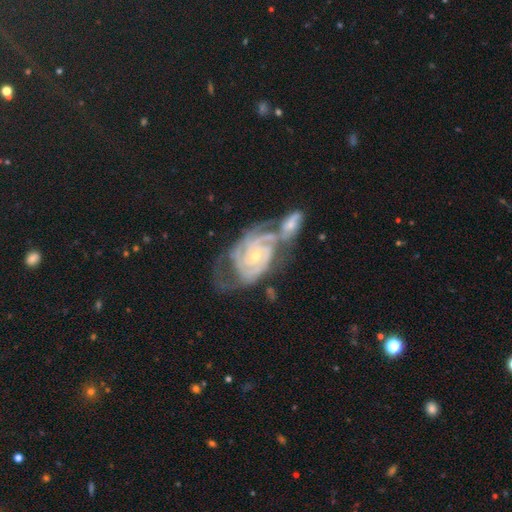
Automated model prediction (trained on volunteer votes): featured or disk 91%, smooth 5%, star or artifact 5%. Down the decision tree: edge-on disk — no (97%); bar — no (63%); spiral arms — yes (98%); spiral arm count — 2 (31%); spiral winding — tight (69%); bulge size — small (63%); merging — merger (48%).